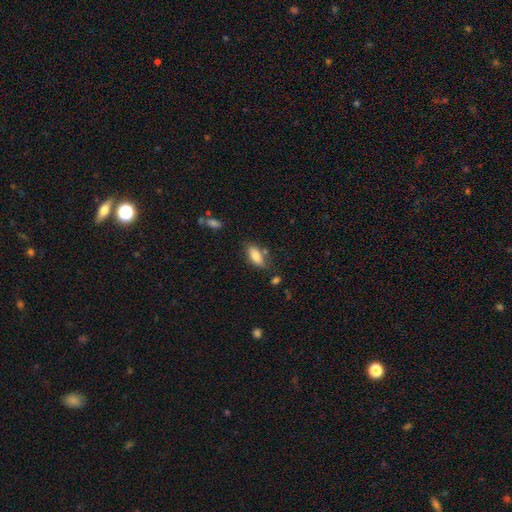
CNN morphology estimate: type=smooth (80%); roundness=in between (82%); merging=none (74%).